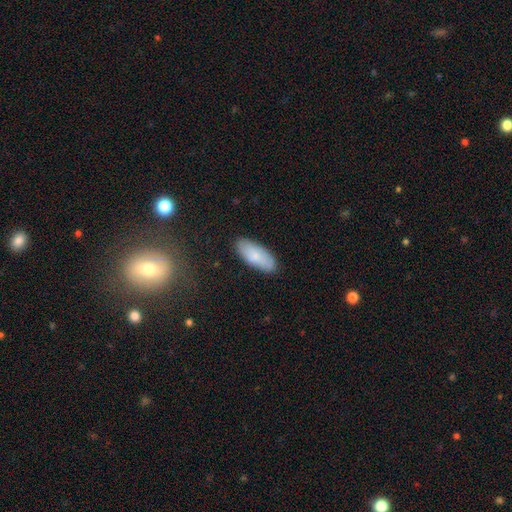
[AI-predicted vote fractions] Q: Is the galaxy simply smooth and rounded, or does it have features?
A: smooth — 77%.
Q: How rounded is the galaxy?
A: in between — 84%.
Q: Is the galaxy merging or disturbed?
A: none — 85%.